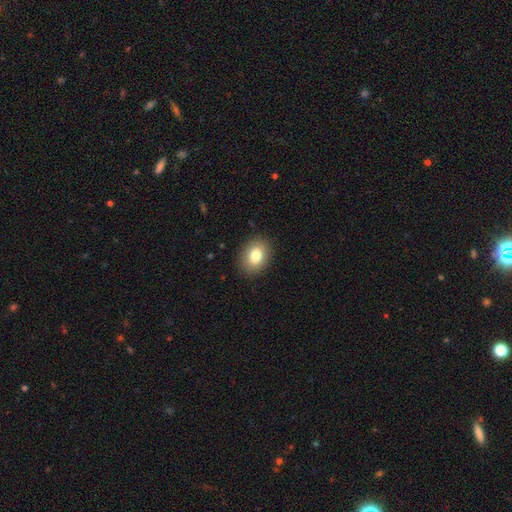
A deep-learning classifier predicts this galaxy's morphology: Smooth or featured?
  - smooth: 81% *
  - featured or disk: 10%
  - star or artifact: 9%
How rounded?
  - in between: 67% *
  - round: 32%
  - cigar-shaped: 1%
Merging?
  - none: 88% *
  - minor disturbance: 8%
  - major disturbance: 2%
  - merger: 1%